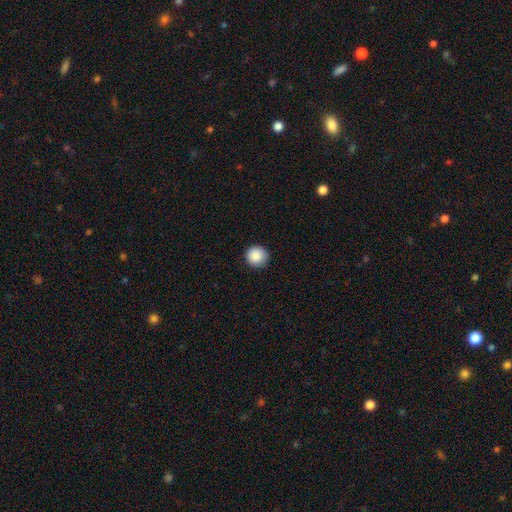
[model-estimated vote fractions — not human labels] A smooth galaxy with no disk features (88%) that is round (95%).

Vote fractions:
- Smooth or featured? smooth: 88% / star or artifact: 9% / featured or disk: 3%
- How rounded? round: 95% / in between: 4% / cigar-shaped: 1%
- Merging? none: 89% / minor disturbance: 8% / major disturbance: 2% / merger: 1%